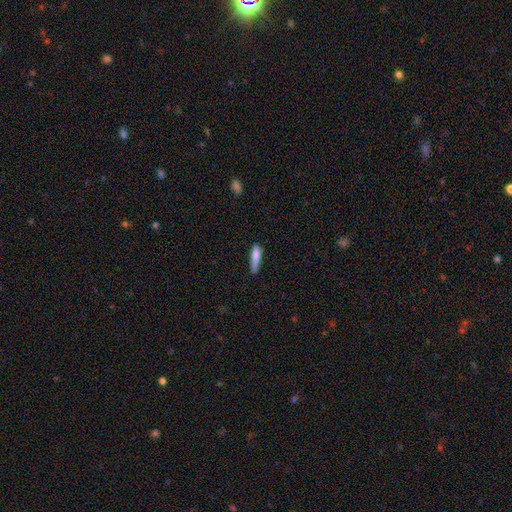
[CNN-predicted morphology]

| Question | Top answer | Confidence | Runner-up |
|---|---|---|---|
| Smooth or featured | smooth | 79% | featured or disk (14%) |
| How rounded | cigar-shaped | 79% | in between (19%) |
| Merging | none | 57% | minor disturbance (31%) |